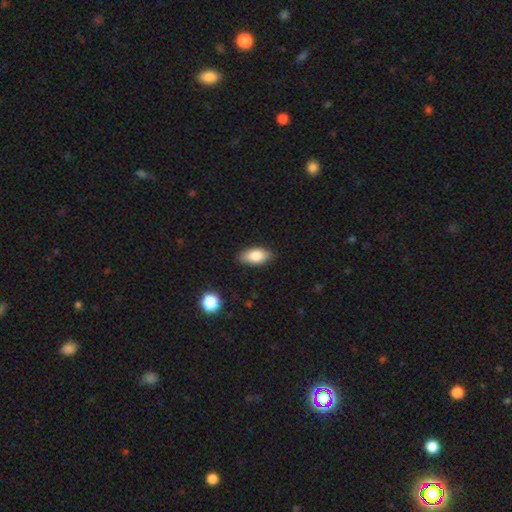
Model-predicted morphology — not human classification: type=smooth (83%); roundness=in between (90%); merging=none (85%).